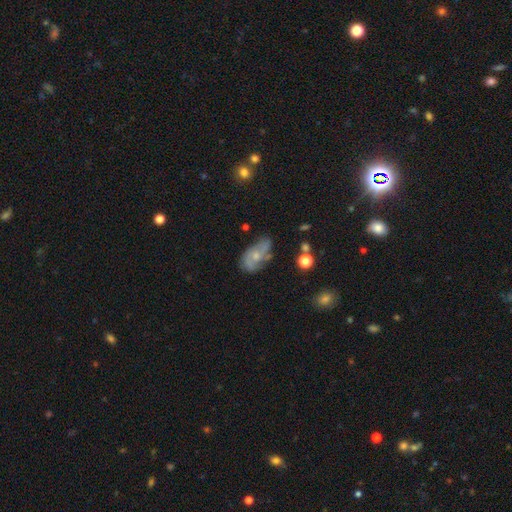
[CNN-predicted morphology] smooth_or_featured: featured or disk (p=0.59) [alt: smooth p=0.32]
disk_edge_on: no (p=0.94) [alt: yes p=0.06]
bar: no (p=0.75) [alt: weak p=0.22]
has_spiral_arms: yes (p=0.77) [alt: no p=0.23]
bulge_size: small (p=0.52) [alt: moderate p=0.39]
merging: none (p=0.54) [alt: minor disturbance p=0.29]